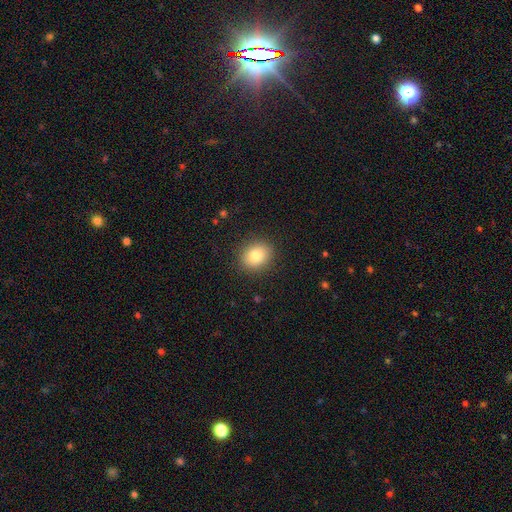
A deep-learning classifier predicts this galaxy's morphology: A smooth galaxy with no disk features (80%) that is round (62%).

Vote fractions:
- Smooth or featured? smooth: 80% / star or artifact: 10% / featured or disk: 10%
- How rounded? round: 62% / in between: 37% / cigar-shaped: 1%
- Merging? none: 89% / minor disturbance: 8% / major disturbance: 3% / merger: 1%